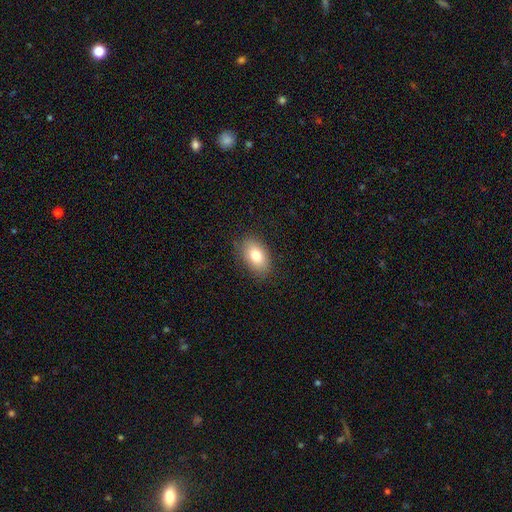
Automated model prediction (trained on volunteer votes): A smooth galaxy with no disk features (80%) that is in between round and cigar-shaped (89%). Merging: none (85%).